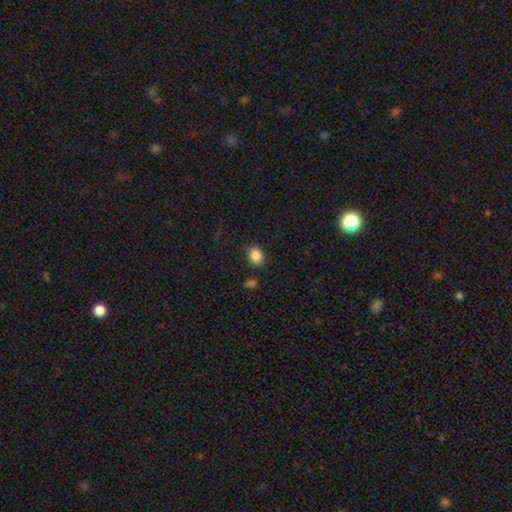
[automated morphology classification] Smooth or featured: smooth — 87% (star or artifact — 9%)
How rounded: in between — 68% (round — 31%)
Merging: none — 83% (minor disturbance — 11%)